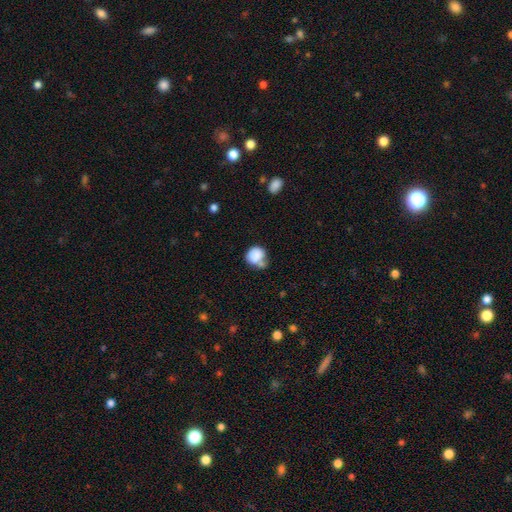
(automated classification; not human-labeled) Smooth or featured?
  - smooth: 82% *
  - featured or disk: 10%
  - star or artifact: 8%
How rounded?
  - round: 72% *
  - in between: 27%
  - cigar-shaped: 1%
Merging?
  - none: 40% *
  - merger: 29%
  - minor disturbance: 22%
  - major disturbance: 9%